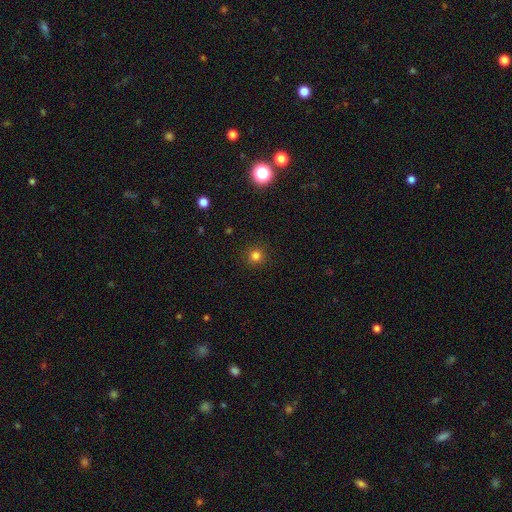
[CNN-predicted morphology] Q: Smooth or featured?
A: smooth (81%); runner-up: star or artifact (15%)
Q: How rounded?
A: round (94%); runner-up: in between (5%)
Q: Merging?
A: none (91%); runner-up: minor disturbance (6%)